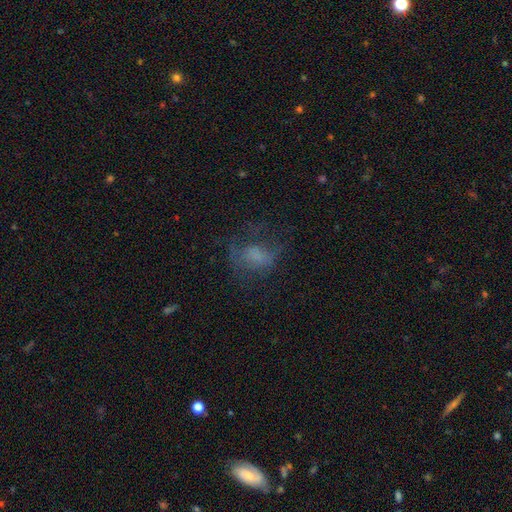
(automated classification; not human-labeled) smooth_or_featured: smooth (p=0.47) [alt: featured or disk p=0.33]
merging: none (p=0.46) [alt: major disturbance p=0.33]